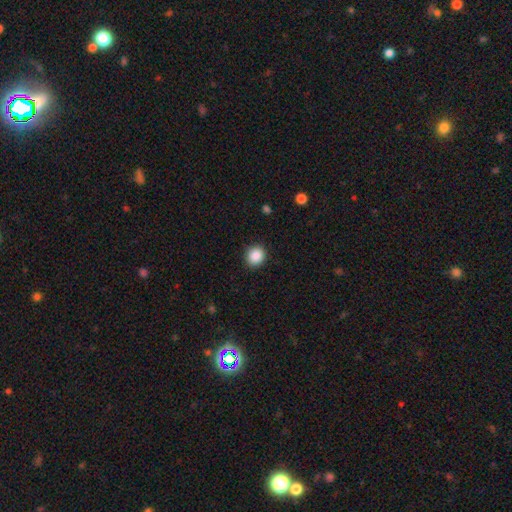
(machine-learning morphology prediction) smooth_or_featured: smooth (p=0.88) [alt: star or artifact p=0.09]
how_rounded: round (p=0.80) [alt: in between p=0.19]
merging: none (p=0.90) [alt: minor disturbance p=0.07]